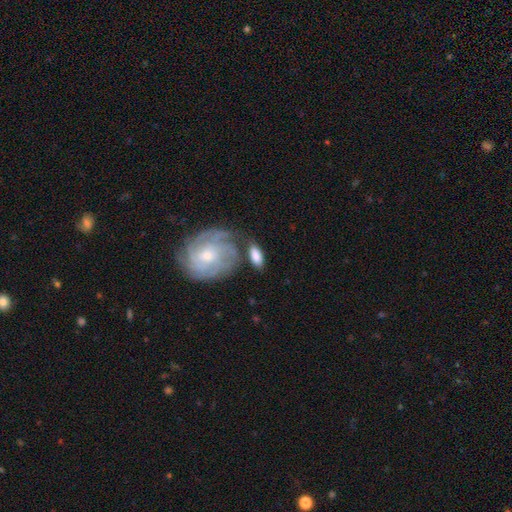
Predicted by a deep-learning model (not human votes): Smooth or featured: smooth — 63% (featured or disk — 31%)
How rounded: in between — 85% (cigar-shaped — 9%)
Merging: none — 63% (minor disturbance — 17%)